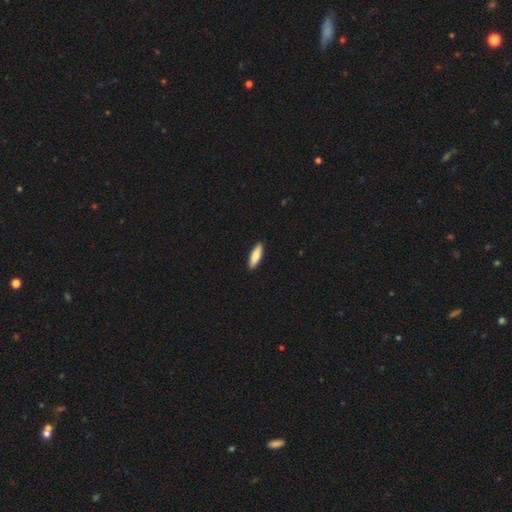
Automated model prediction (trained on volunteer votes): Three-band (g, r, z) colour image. It shows a smooth galaxy with no disk features (81%) that is cigar-shaped (52%). Merging: none (91%).